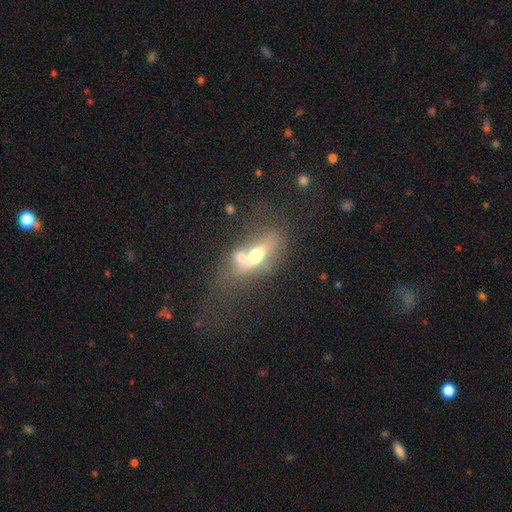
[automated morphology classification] The model was most divided on "smooth or featured": smooth: 48%, featured or disk: 43%, star or artifact: 9%. Remaining: merging — merger (45%).